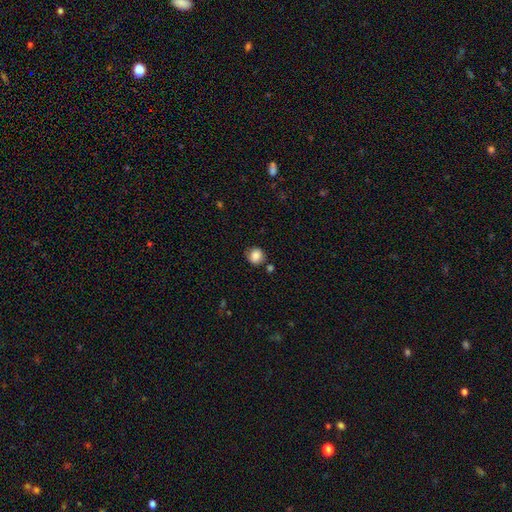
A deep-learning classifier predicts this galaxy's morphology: Smooth or featured? Predicted: smooth (p=0.85). How rounded? Predicted: round (p=0.86). Merging? Predicted: none (p=0.78).